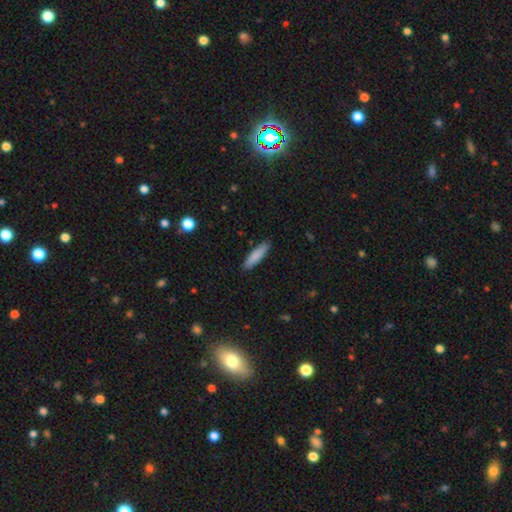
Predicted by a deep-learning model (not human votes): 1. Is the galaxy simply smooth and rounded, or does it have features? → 84% smooth, 10% featured or disk, 6% star or artifact.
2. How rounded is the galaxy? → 77% cigar-shaped, 22% in between, 1% round.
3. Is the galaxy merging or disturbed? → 88% none, 9% minor disturbance, 2% major disturbance, 1% merger.